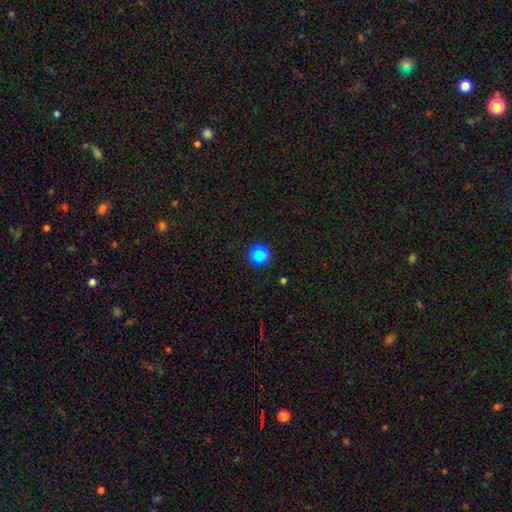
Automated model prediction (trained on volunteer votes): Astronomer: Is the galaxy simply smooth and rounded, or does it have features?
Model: star or artifact — 48% (runner-up: smooth, 44%).